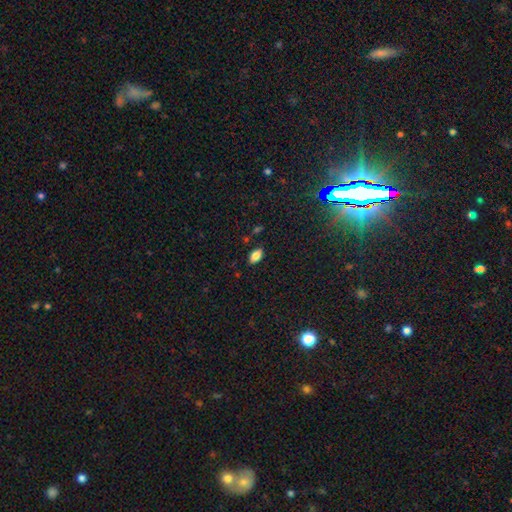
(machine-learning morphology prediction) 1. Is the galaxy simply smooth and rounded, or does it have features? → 82% smooth, 10% star or artifact, 8% featured or disk.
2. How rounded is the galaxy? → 92% in between, 4% round, 4% cigar-shaped.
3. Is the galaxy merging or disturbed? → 85% none, 11% minor disturbance, 2% major disturbance, 2% merger.